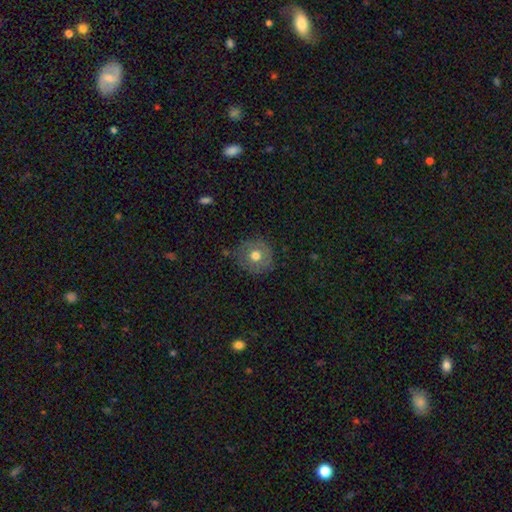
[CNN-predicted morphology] smooth 63%, featured or disk 26%, star or artifact 11%. Down the decision tree: how rounded — round (91%); merging — none (76%).